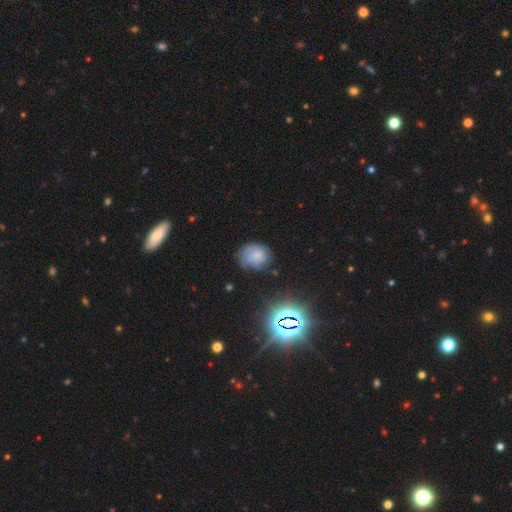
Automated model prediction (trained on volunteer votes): The model was most divided on "how rounded": round: 62%, in between: 37%, cigar-shaped: 1%. More confident: merging — none (59%); smooth or featured — smooth (56%).